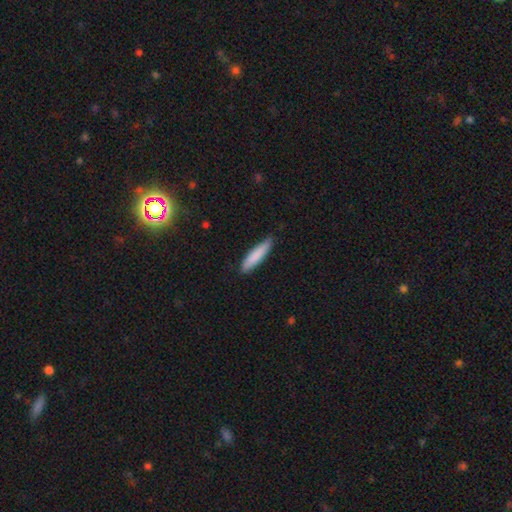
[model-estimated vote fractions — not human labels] smooth_or_featured: smooth (p=0.84) [alt: featured or disk p=0.10]
how_rounded: cigar-shaped (p=0.81) [alt: in between p=0.18]
merging: none (p=0.82) [alt: minor disturbance p=0.15]